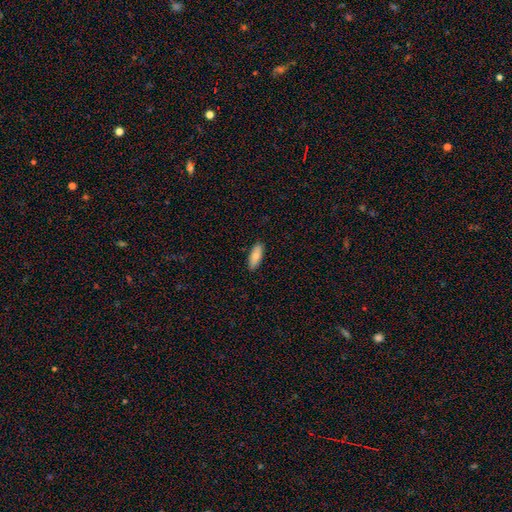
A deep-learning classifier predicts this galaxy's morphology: Overall: smooth (79%). How rounded: in between (73%). Merging: none (89%).